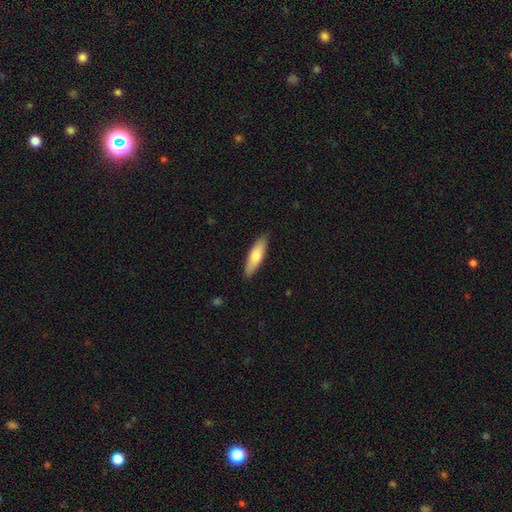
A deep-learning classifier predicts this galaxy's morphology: smooth-or-featured: smooth: 70% | featured or disk: 24% | star or artifact: 5%
  how-rounded: cigar-shaped: 60% | in between: 38% | round: 2%
  merging: none: 88% | minor disturbance: 9% | major disturbance: 2% | merger: 1%